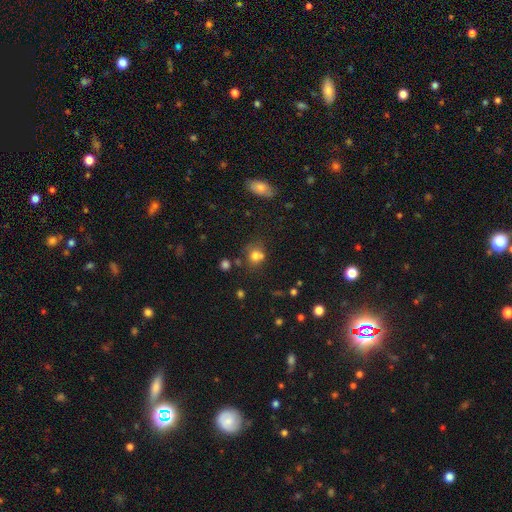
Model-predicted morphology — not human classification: A smooth galaxy with no disk features (75%) that is round (72%).

Vote fractions:
- Smooth or featured? smooth: 75% / star or artifact: 14% / featured or disk: 11%
- How rounded? round: 72% / in between: 27% / cigar-shaped: 1%
- Merging? none: 48% / merger: 26% / minor disturbance: 18% / major disturbance: 8%